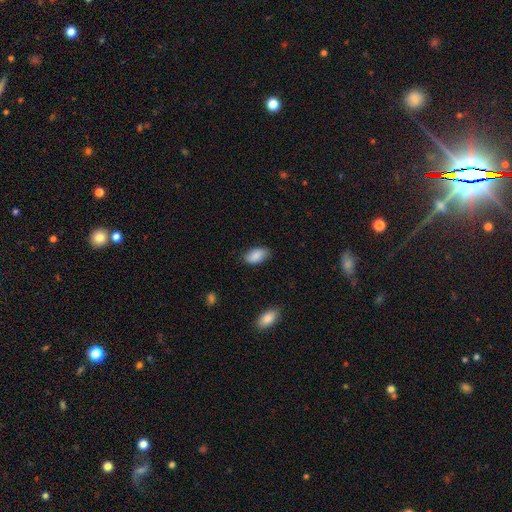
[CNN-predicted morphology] Smooth or featured? Predicted: smooth (p=0.88). How rounded? Predicted: in between (p=0.94). Merging? Predicted: none (p=0.81).